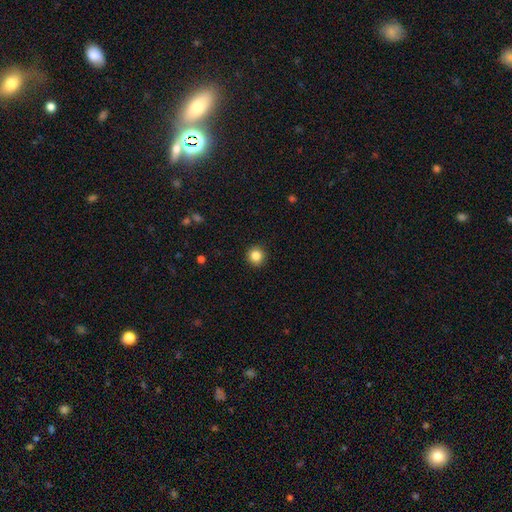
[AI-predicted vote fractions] The model was most divided on "smooth or featured": smooth: 85%, star or artifact: 10%, featured or disk: 5%. More confident: how rounded — round (95%); merging — none (93%).